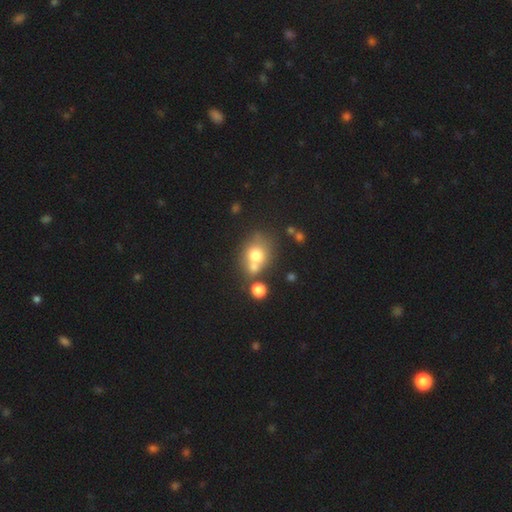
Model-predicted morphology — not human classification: Smooth or featured? smooth (71%)
How rounded? round (62%)
Merging? none (41%, tied with merger)